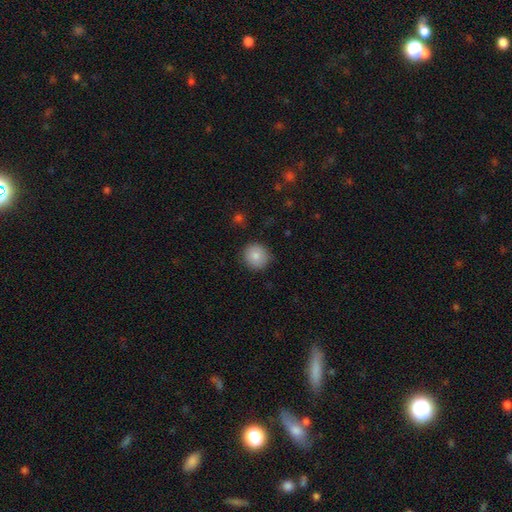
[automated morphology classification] A smooth galaxy with no disk features (85%) that is round (91%).

Vote fractions:
- Smooth or featured? smooth: 85% / star or artifact: 8% / featured or disk: 7%
- How rounded? round: 91% / in between: 8% / cigar-shaped: 1%
- Merging? none: 88% / minor disturbance: 9% / major disturbance: 2% / merger: 1%